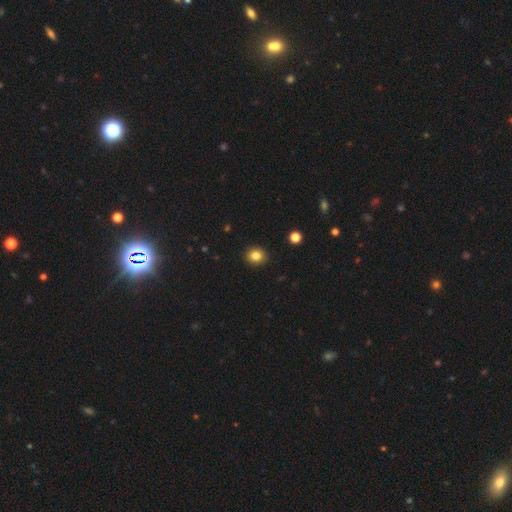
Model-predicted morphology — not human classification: Smooth or featured: smooth — 83% (star or artifact — 11%)
How rounded: round — 76% (in between — 23%)
Merging: none — 91% (minor disturbance — 6%)